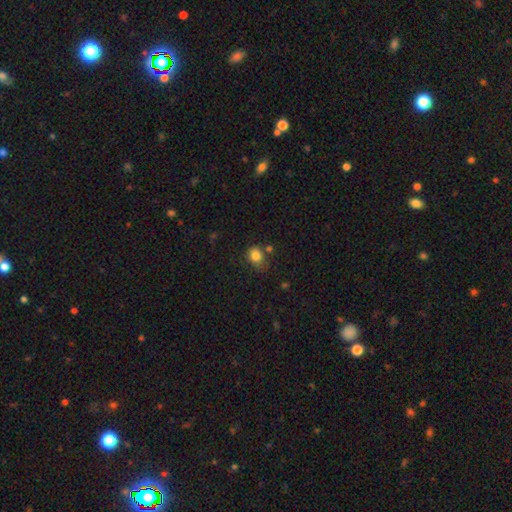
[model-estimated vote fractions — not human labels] Q: Smooth or featured?
A: smooth (83%); runner-up: star or artifact (11%)
Q: How rounded?
A: round (52%); runner-up: in between (47%)
Q: Merging?
A: none (54%); runner-up: minor disturbance (28%)